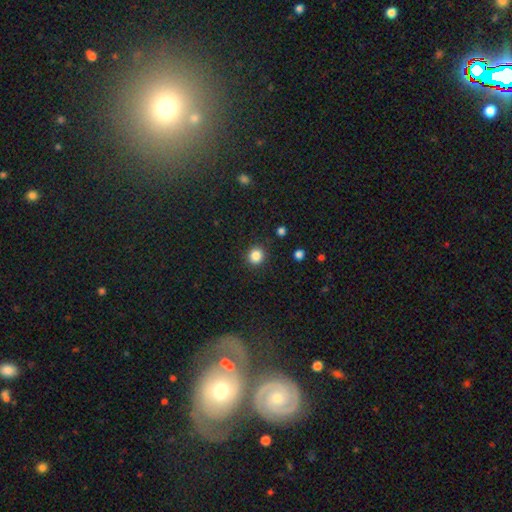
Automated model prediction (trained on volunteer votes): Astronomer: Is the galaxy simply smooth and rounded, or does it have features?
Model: smooth — 85%.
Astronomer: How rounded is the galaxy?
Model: round — 88%.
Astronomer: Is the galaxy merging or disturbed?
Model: none — 89%.